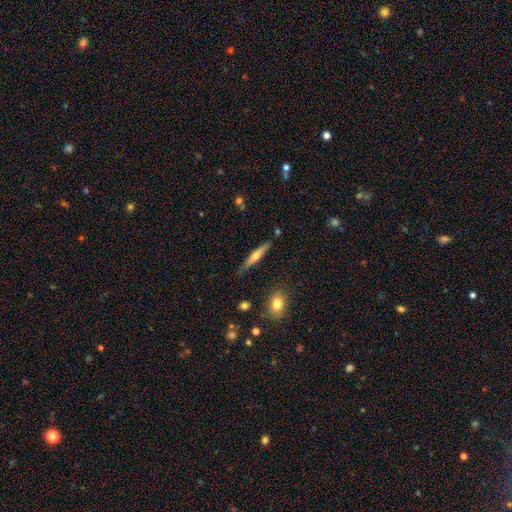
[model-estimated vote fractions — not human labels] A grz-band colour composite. It shows a featured or disk galaxy (56%) viewed edge-on (95%) with a rounded central bulge (85%). Merging: none (83%).